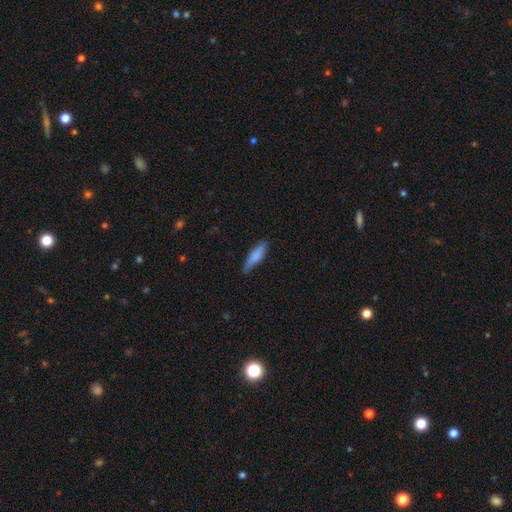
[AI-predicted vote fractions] This appears to be a smooth galaxy with no disk features (80%) that is cigar-shaped (66%). Merging: none (69%).